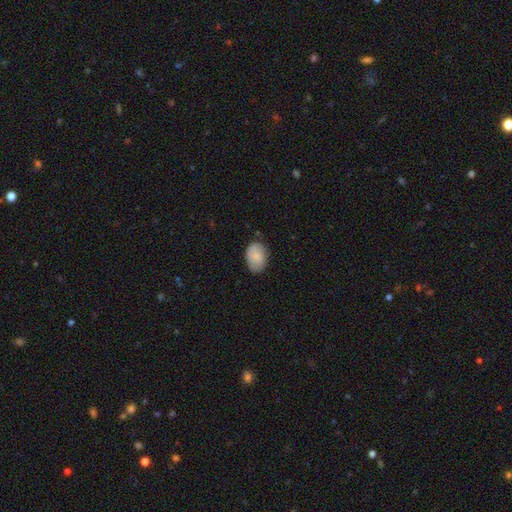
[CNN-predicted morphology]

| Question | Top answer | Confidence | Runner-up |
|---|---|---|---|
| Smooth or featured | smooth | 82% | featured or disk (12%) |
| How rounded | in between | 84% | round (15%) |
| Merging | none | 74% | minor disturbance (21%) |